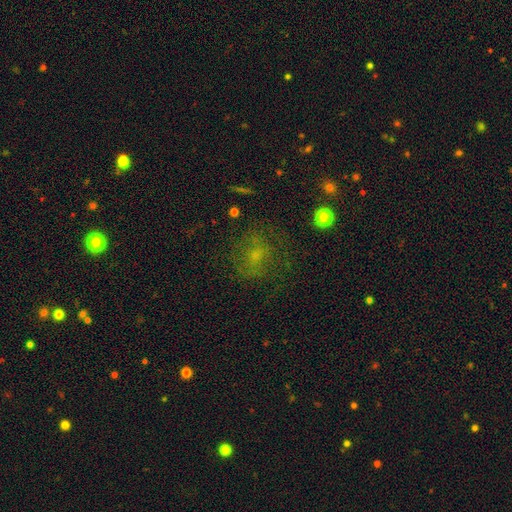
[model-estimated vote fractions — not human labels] Smooth or featured? Predicted: smooth (p=0.44). Merging? Predicted: none (p=0.63).